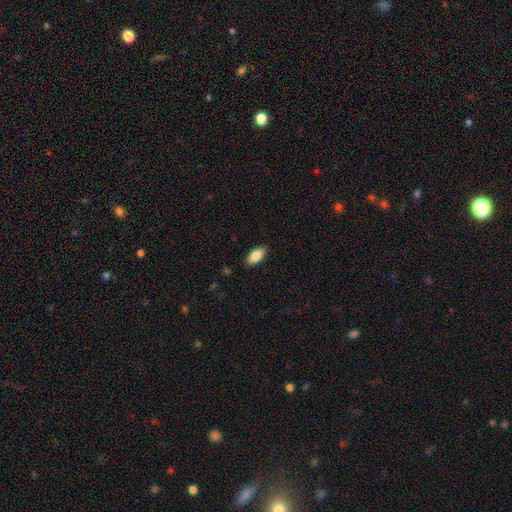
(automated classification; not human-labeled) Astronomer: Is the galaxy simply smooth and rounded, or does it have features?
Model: smooth — 83%.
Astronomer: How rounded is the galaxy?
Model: in between — 91%.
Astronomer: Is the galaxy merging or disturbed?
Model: none — 86%.